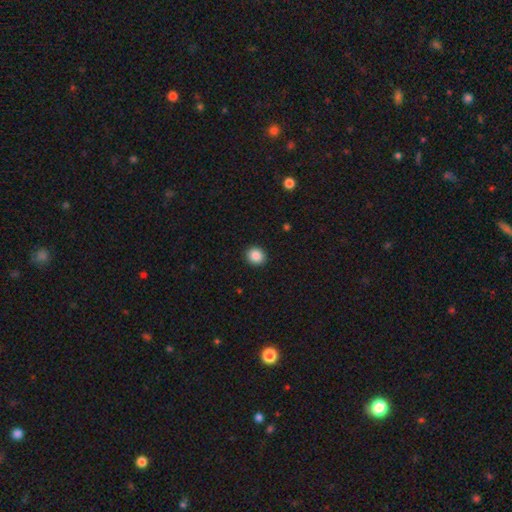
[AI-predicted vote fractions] smooth-or-featured: smooth: 88% | star or artifact: 9% | featured or disk: 3%
  how-rounded: round: 83% | in between: 16% | cigar-shaped: 1%
  merging: none: 92% | minor disturbance: 5% | major disturbance: 2% | merger: 1%